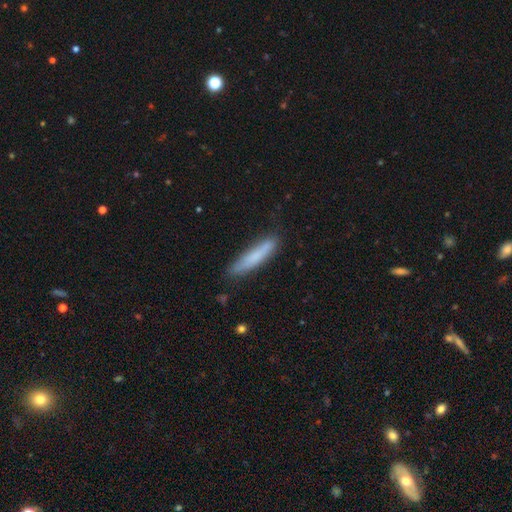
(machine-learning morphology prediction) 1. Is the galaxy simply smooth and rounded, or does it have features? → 75% smooth, 18% featured or disk, 6% star or artifact.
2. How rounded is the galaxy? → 89% cigar-shaped, 10% in between, 1% round.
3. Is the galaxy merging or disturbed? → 77% none, 17% minor disturbance, 3% major disturbance, 2% merger.